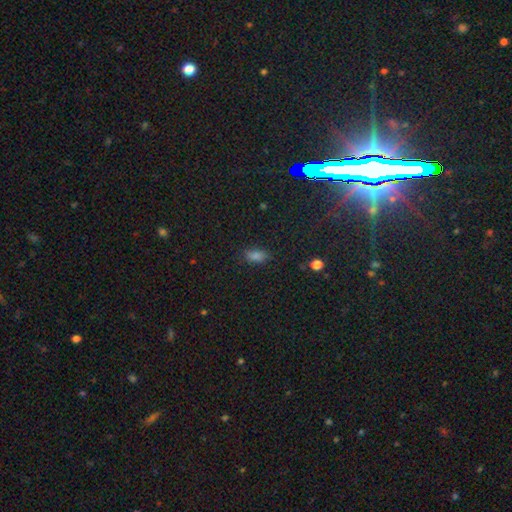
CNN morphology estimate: Smooth or featured? Predicted: smooth (p=0.73). How rounded? Predicted: in between (p=0.87). Merging? Predicted: none (p=0.84).